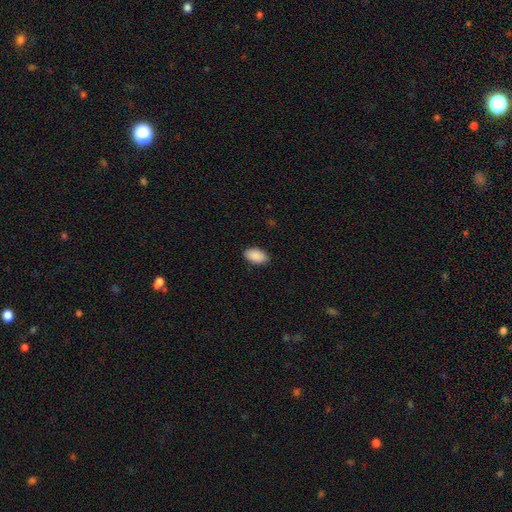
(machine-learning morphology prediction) This is clearly a smooth galaxy (91%). How rounded: clearly in between (95%). Merging: clearly none (89%).